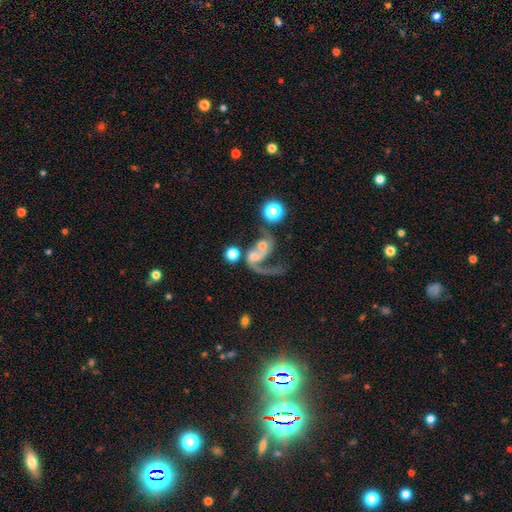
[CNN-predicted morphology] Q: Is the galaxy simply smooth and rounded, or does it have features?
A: featured or disk — 69%.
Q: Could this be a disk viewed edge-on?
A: no — 97%.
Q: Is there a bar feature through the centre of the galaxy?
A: no — 65%.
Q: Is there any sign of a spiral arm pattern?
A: yes — 82%.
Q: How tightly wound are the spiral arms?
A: loose — 80%.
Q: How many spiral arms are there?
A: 2 — 50%.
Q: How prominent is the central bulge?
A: moderate — 41%.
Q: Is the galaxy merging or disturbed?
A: merger — 52%.